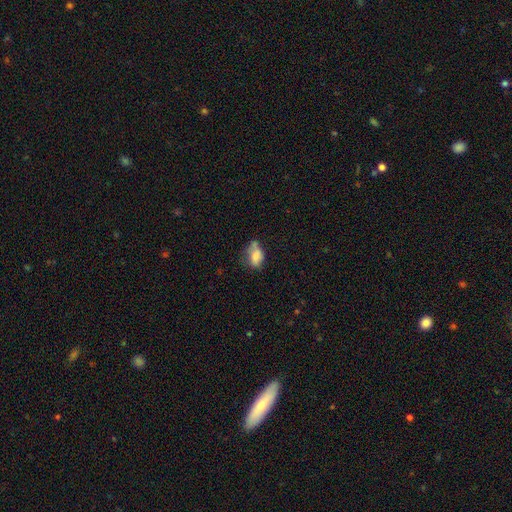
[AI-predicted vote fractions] Smooth or featured?
  - smooth: 73% *
  - featured or disk: 17%
  - star or artifact: 10%
How rounded?
  - in between: 81% *
  - round: 17%
  - cigar-shaped: 2%
Merging?
  - none: 34% *
  - minor disturbance: 32%
  - merger: 18%
  - major disturbance: 16%